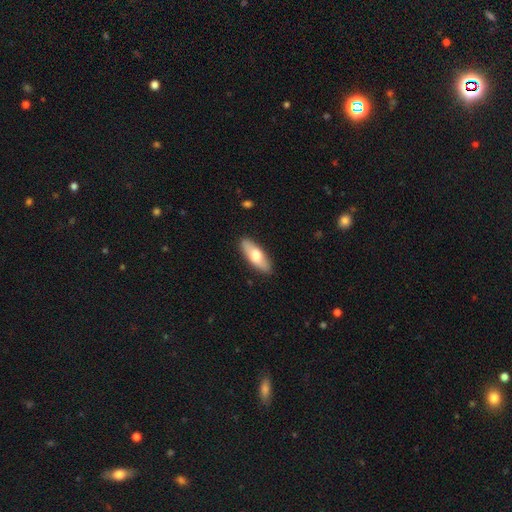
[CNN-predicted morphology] Overall: smooth (64%; featured or disk 31%). How rounded: in between (67%; cigar-shaped 31%). Merging: none (88%).